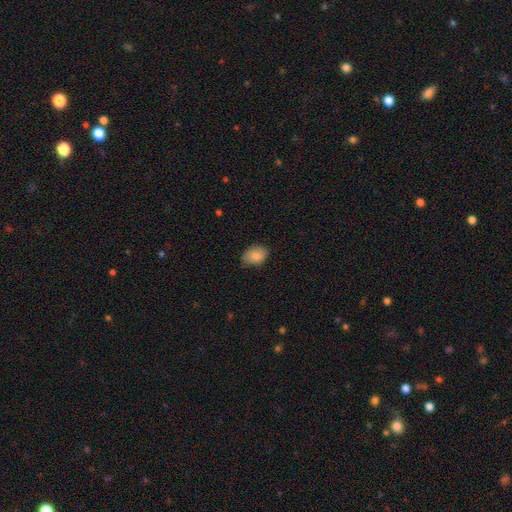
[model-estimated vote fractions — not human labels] A smooth galaxy with no disk features (86%) that is in between round and cigar-shaped (77%). Merging: none (71%).